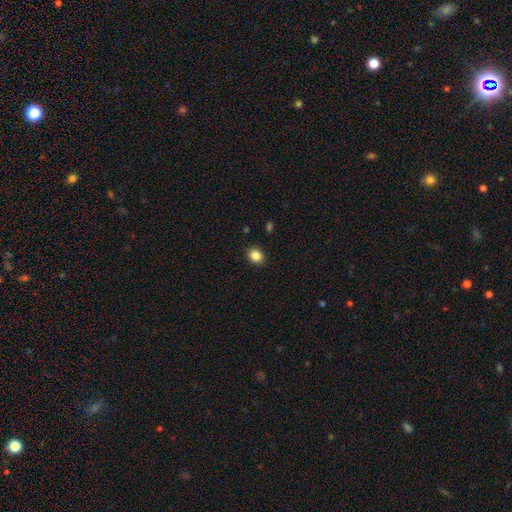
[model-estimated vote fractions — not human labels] Q: Smooth or featured?
A: smooth (85%); runner-up: star or artifact (10%)
Q: How rounded?
A: round (62%); runner-up: in between (37%)
Q: Merging?
A: none (90%); runner-up: minor disturbance (7%)